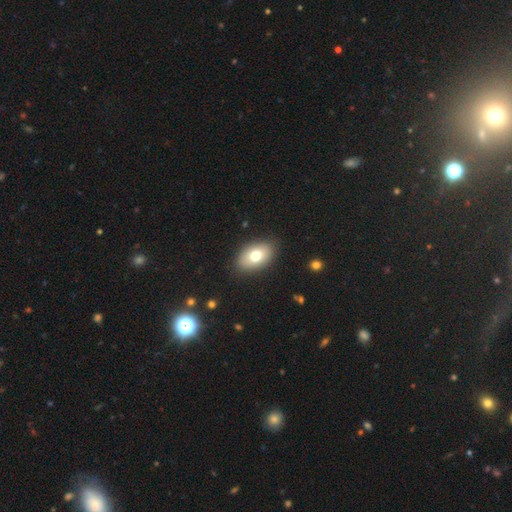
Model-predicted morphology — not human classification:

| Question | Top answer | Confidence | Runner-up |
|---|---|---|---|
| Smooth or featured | smooth | 74% | featured or disk (18%) |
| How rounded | in between | 90% | round (8%) |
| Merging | none | 87% | minor disturbance (9%) |